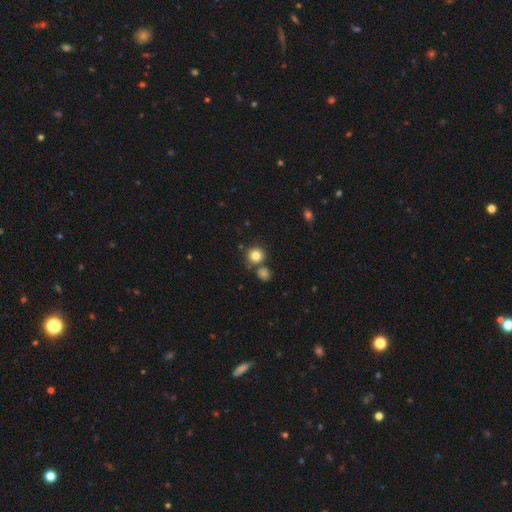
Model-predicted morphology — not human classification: type=smooth (83%); roundness=round (90%); merging=none (72%).